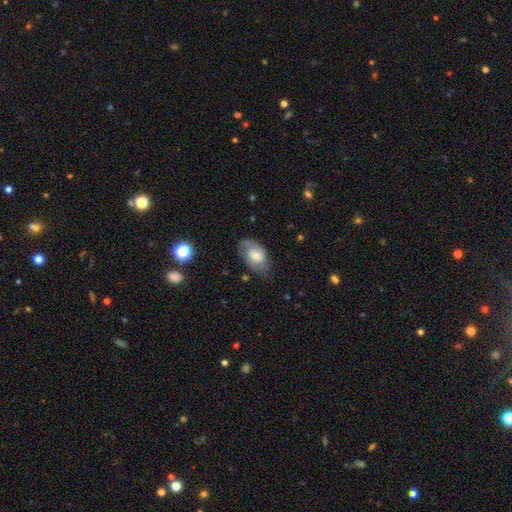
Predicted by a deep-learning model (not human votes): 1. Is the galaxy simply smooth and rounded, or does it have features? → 54% smooth, 38% featured or disk, 7% star or artifact.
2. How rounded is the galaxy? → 89% in between, 9% round, 2% cigar-shaped.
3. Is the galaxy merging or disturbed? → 63% none, 26% minor disturbance, 10% major disturbance, 2% merger.